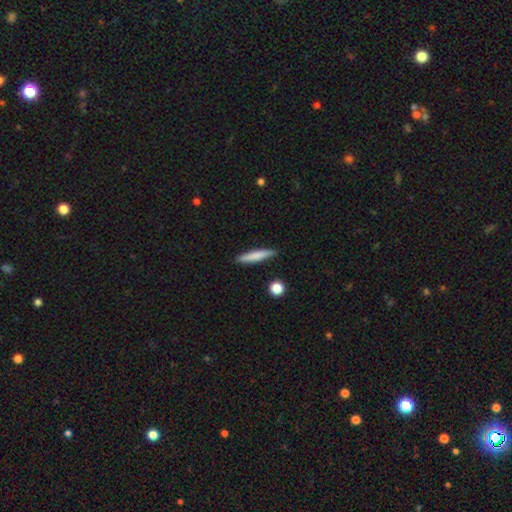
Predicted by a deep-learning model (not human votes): A smooth galaxy with no disk features (71%) that is cigar-shaped (92%).

Vote fractions:
- Smooth or featured? smooth: 71% / featured or disk: 23% / star or artifact: 6%
- How rounded? cigar-shaped: 92% / in between: 7% / round: 2%
- Merging? none: 88% / minor disturbance: 8% / merger: 2% / major disturbance: 2%